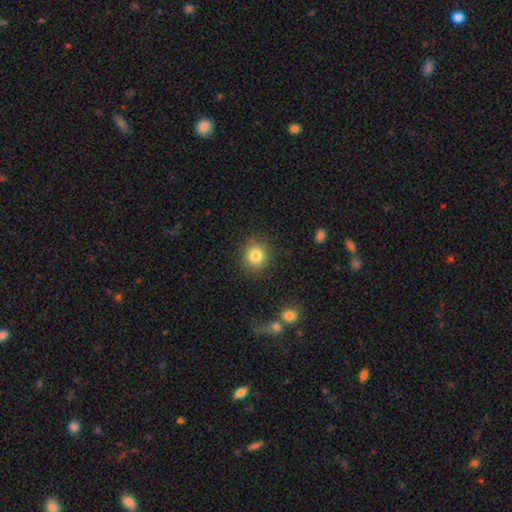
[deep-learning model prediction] Smooth or featured? smooth (82%)
How rounded? round (87%)
Merging? none (85%)